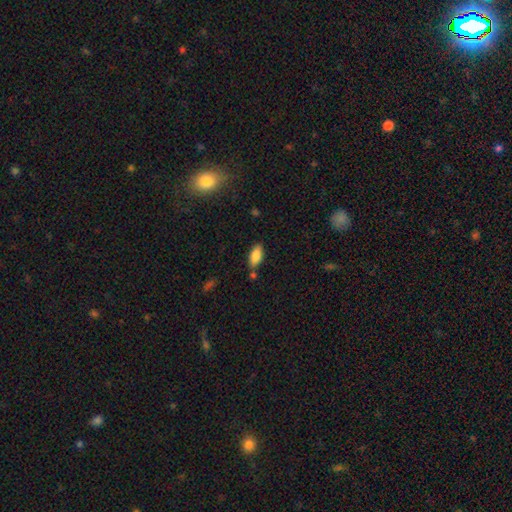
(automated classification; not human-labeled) smooth-or-featured: smooth: 84% | featured or disk: 9% | star or artifact: 7%
  how-rounded: in between: 87% | cigar-shaped: 11% | round: 2%
  merging: none: 76% | minor disturbance: 13% | merger: 8% | major disturbance: 3%